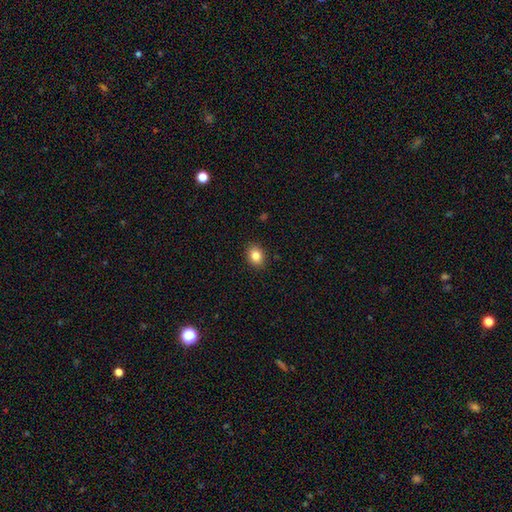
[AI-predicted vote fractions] Smooth or featured?
  - smooth: 84% *
  - star or artifact: 10%
  - featured or disk: 6%
How rounded?
  - in between: 51% *
  - round: 48%
  - cigar-shaped: 1%
Merging?
  - none: 90% *
  - minor disturbance: 7%
  - major disturbance: 2%
  - merger: 1%